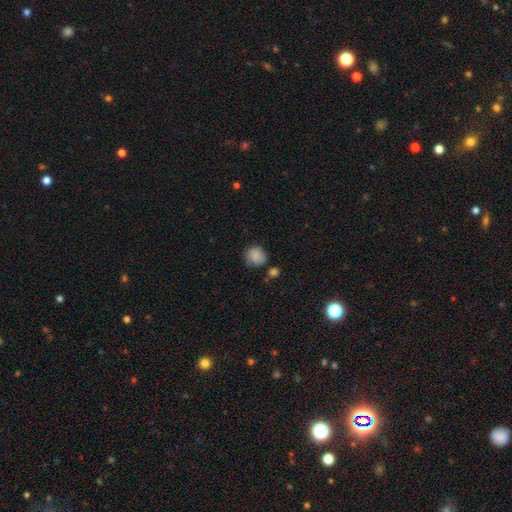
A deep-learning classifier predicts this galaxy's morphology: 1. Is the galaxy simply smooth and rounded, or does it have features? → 84% smooth, 9% star or artifact, 7% featured or disk.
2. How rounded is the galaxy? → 79% round, 20% in between, 1% cigar-shaped.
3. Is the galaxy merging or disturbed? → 66% none, 23% minor disturbance, 6% major disturbance, 5% merger.